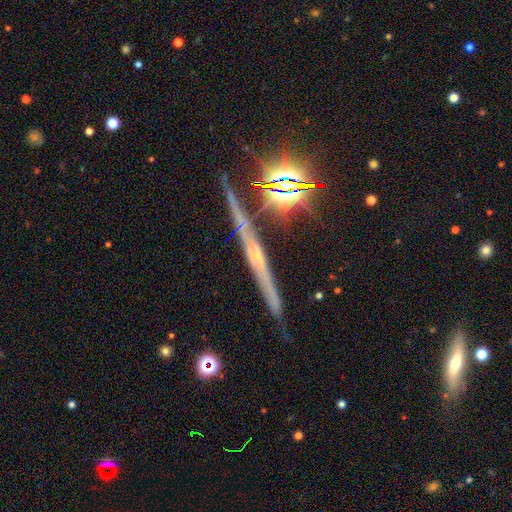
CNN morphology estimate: Smooth or featured? featured or disk (73%)
Edge-on disk? yes (97%)
Edge-on bulge? rounded (70%)
Merging? none (84%)